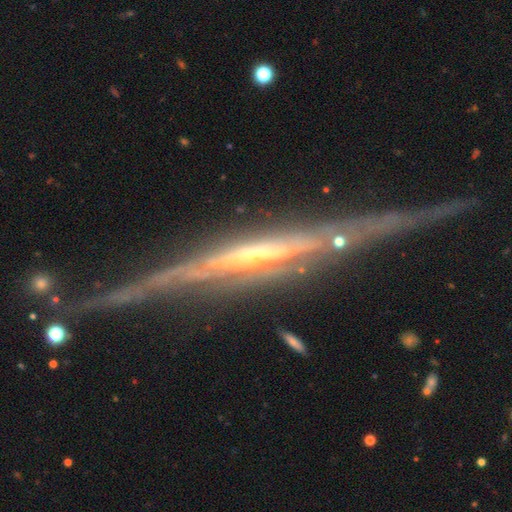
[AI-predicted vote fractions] Overall: featured or disk (88%). Edge-on disk: yes (93%). Edge-on bulge: rounded (41%; none 39%). Merging: none (70%).